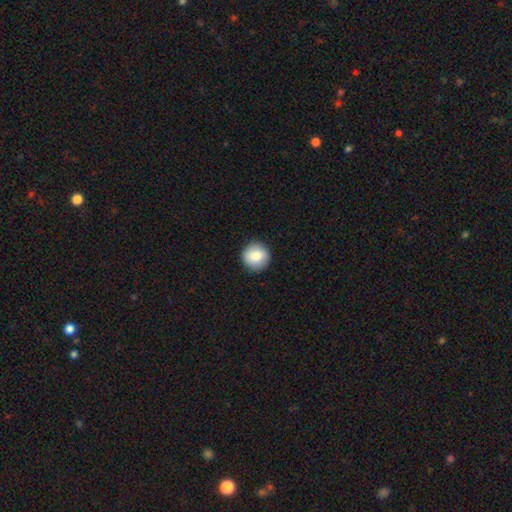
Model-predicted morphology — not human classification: This appears to be a smooth galaxy with no disk features (82%) that is round (95%). Merging: none (91%).